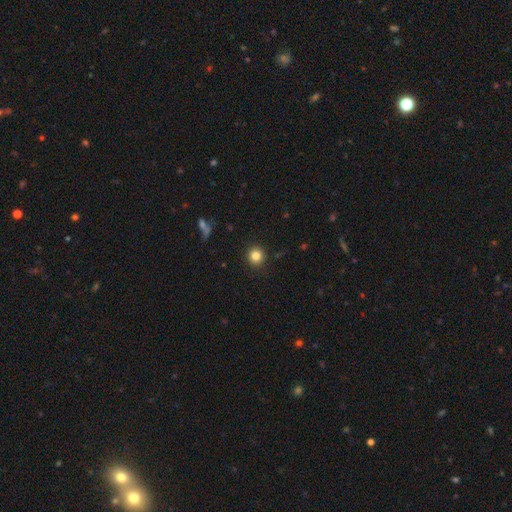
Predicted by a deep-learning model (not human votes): Smooth or featured: smooth — 84% (star or artifact — 11%)
How rounded: round — 92% (in between — 7%)
Merging: none — 91% (minor disturbance — 6%)